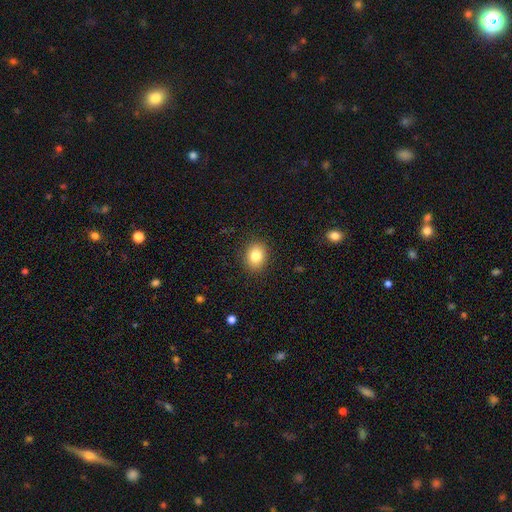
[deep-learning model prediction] A smooth galaxy with no disk features (83%) that is round (55%). Merging: none (89%).